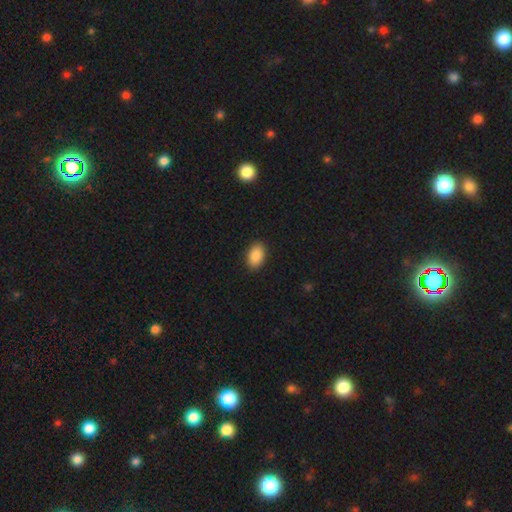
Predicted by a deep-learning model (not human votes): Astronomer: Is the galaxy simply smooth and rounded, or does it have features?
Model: smooth — 90%.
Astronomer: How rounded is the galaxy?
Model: in between — 91%.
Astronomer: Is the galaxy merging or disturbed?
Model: none — 90%.